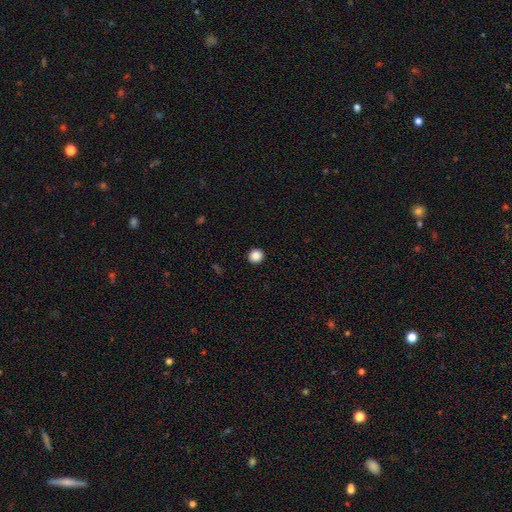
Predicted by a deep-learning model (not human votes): Smooth or featured? Predicted: smooth (p=0.88). How rounded? Predicted: round (p=0.93). Merging? Predicted: none (p=0.93).